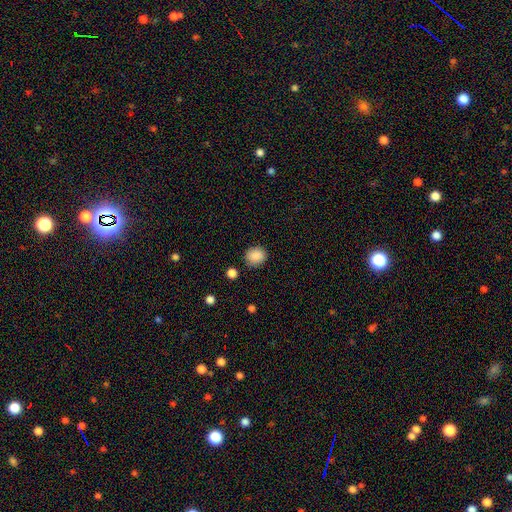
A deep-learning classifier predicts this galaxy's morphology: The model was most divided on "how rounded": round: 73%, in between: 26%, cigar-shaped: 1%. More confident: smooth or featured — smooth (88%); merging — none (84%).